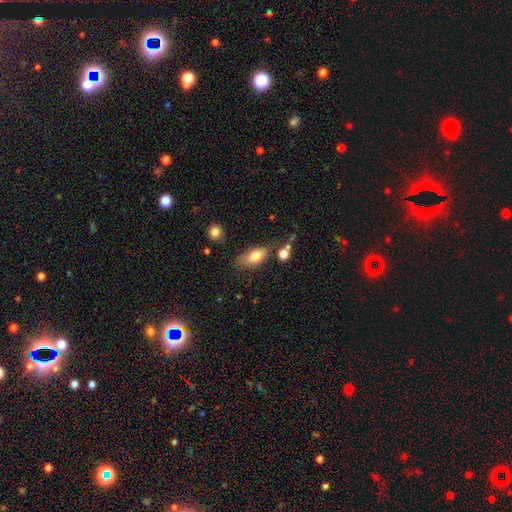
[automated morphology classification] smooth 72%, featured or disk 19%, star or artifact 8%. Down the decision tree: how rounded — in between (81%); merging — none (58%).